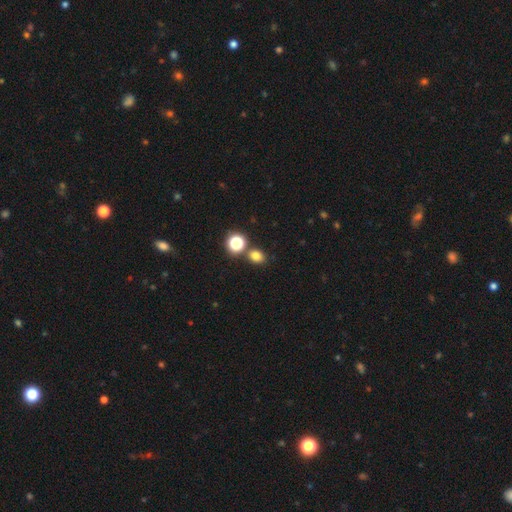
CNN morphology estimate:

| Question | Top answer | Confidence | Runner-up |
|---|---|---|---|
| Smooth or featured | smooth | 76% | star or artifact (18%) |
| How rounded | round | 53% | in between (46%) |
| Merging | none | 75% | merger (13%) |